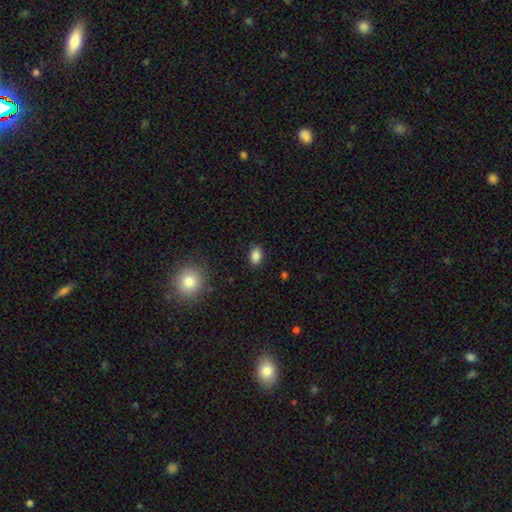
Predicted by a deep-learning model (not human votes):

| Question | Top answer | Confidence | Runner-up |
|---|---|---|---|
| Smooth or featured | smooth | 86% | star or artifact (10%) |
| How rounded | in between | 82% | round (17%) |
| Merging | none | 85% | minor disturbance (11%) |